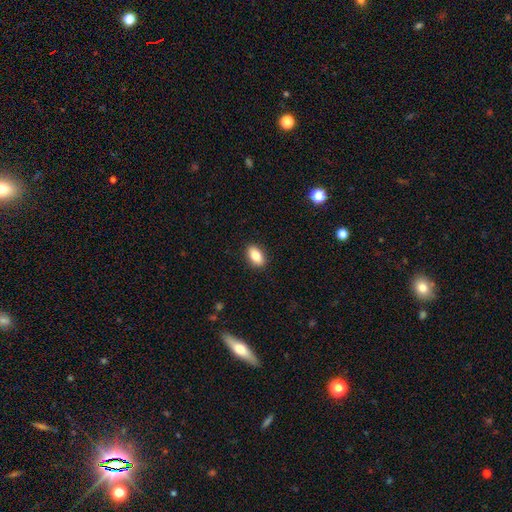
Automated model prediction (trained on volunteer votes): Smooth or featured?
  - smooth: 82% *
  - featured or disk: 11%
  - star or artifact: 8%
How rounded?
  - in between: 90% *
  - round: 7%
  - cigar-shaped: 3%
Merging?
  - none: 90% *
  - minor disturbance: 7%
  - major disturbance: 2%
  - merger: 1%